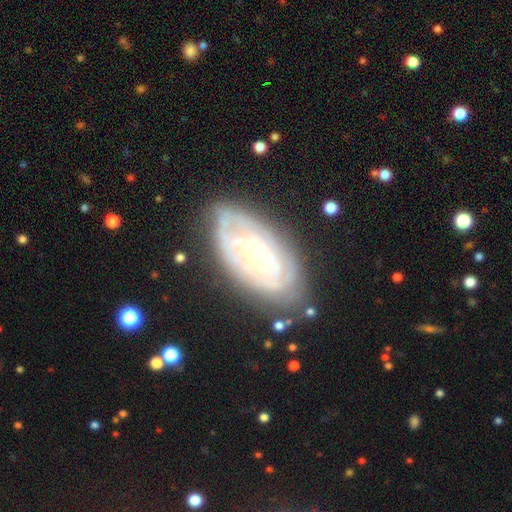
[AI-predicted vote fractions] Morphology: type=featured or disk (70%); edge-on=no (92%); bar=no (80%); spiral arms=yes (76%); bulge=small (72%); merging=none (72%).